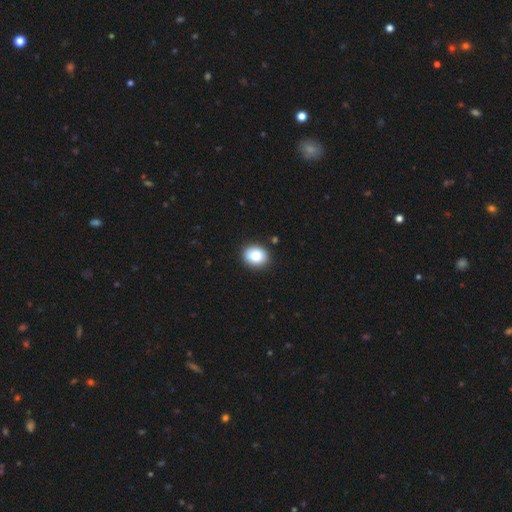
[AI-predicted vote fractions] Q: Smooth or featured?
A: smooth (84%); runner-up: star or artifact (9%)
Q: How rounded?
A: round (58%); runner-up: in between (41%)
Q: Merging?
A: none (89%); runner-up: minor disturbance (8%)